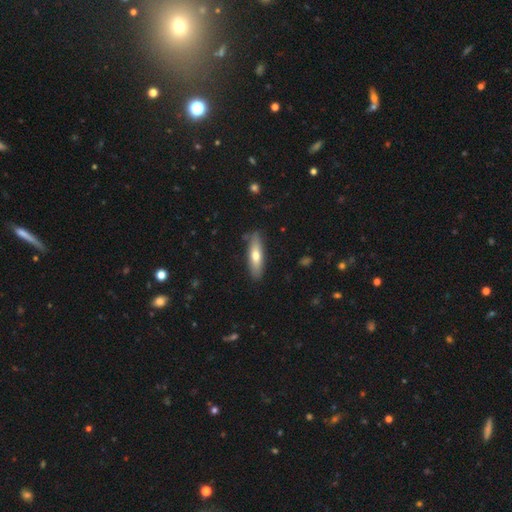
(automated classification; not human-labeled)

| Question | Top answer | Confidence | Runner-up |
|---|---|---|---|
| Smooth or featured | smooth | 62% | featured or disk (32%) |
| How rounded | cigar-shaped | 61% | in between (37%) |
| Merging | none | 83% | minor disturbance (12%) |